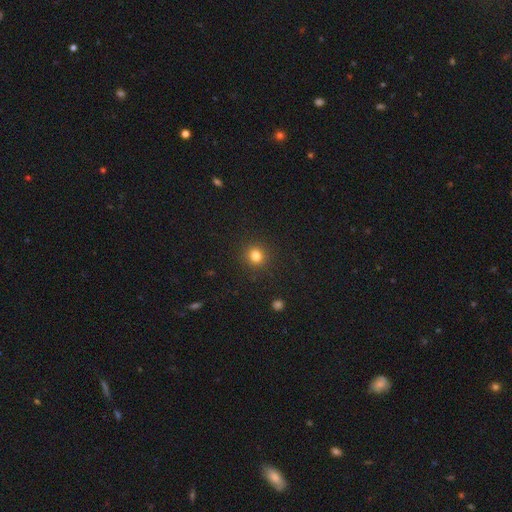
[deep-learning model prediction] Smooth or featured: smooth — 81% (star or artifact — 14%)
How rounded: round — 90% (in between — 9%)
Merging: none — 91% (minor disturbance — 6%)